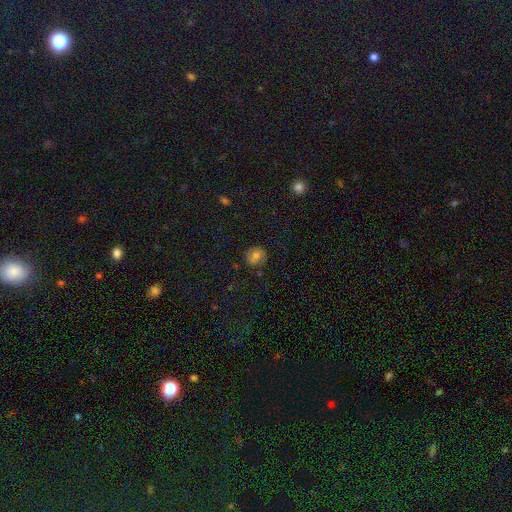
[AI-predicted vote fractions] smooth 67%, featured or disk 20%, star or artifact 12%. Down the decision tree: how rounded — round (79%); merging — none (78%).